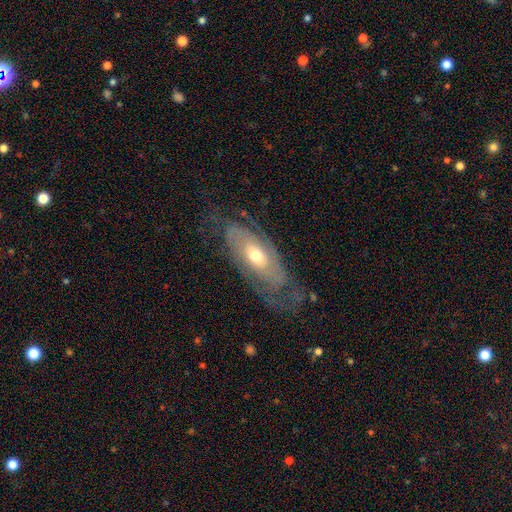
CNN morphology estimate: Smooth or featured: featured or disk — 75% (smooth — 17%)
Edge-on disk: no — 86% (yes — 14%)
Bar: no — 71% (weak — 21%)
Spiral arms: yes — 79% (no — 21%)
Spiral winding: tight — 56% (medium — 31%)
Spiral arm count: 2 — 43% (can't tell — 40%)
Bulge size: moderate — 66% (small — 26%)
Merging: none — 66% (minor disturbance — 21%)